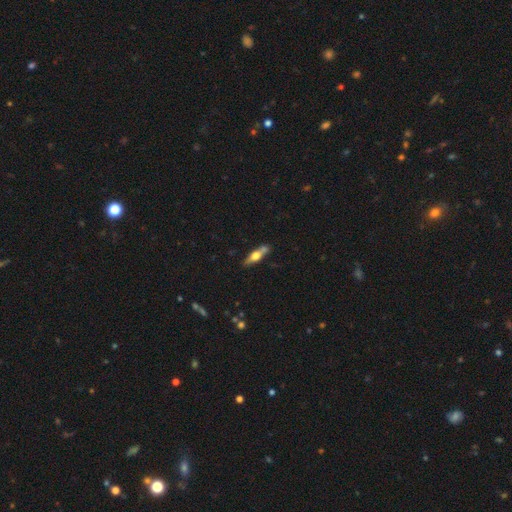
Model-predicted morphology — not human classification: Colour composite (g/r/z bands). It shows a featured or disk galaxy (55%) viewed edge-on (91%) with a rounded central bulge (93%). Merging: none (69%).